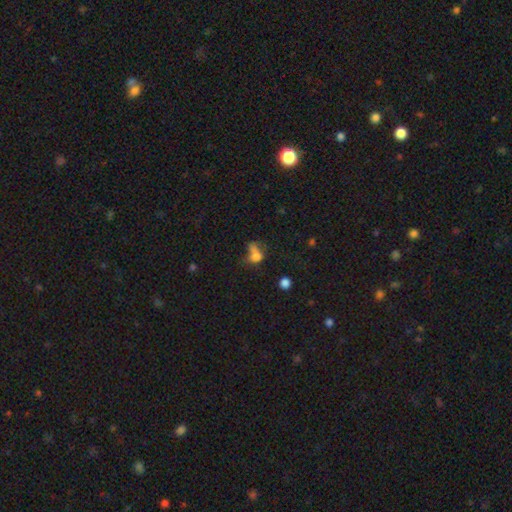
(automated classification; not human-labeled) Q: Smooth or featured?
A: smooth (62%); runner-up: featured or disk (20%)
Q: How rounded?
A: in between (61%); runner-up: round (34%)
Q: Merging?
A: major disturbance (32%); runner-up: merger (26%)